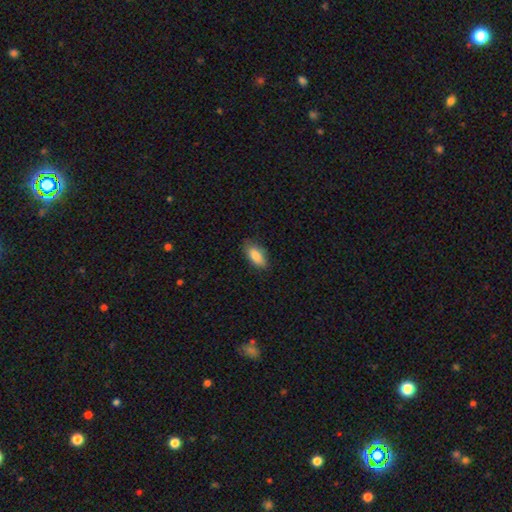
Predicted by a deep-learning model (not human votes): This appears to be a smooth galaxy with no disk features (86%) that is in between round and cigar-shaped (85%). Merging: none (80%).